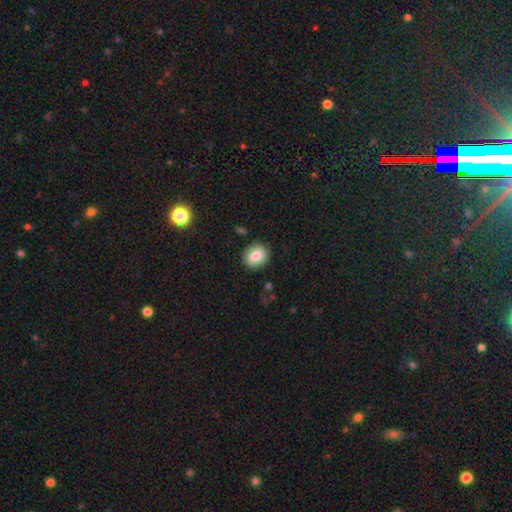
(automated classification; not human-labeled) Q: Smooth or featured?
A: smooth (77%); runner-up: featured or disk (15%)
Q: How rounded?
A: round (67%); runner-up: in between (32%)
Q: Merging?
A: none (87%); runner-up: minor disturbance (9%)